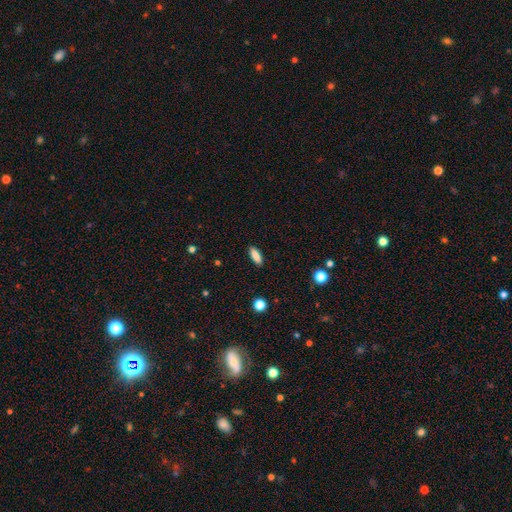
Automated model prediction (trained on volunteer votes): Overall: smooth (86%). How rounded: in between (64%; cigar-shaped 34%). Merging: none (89%).